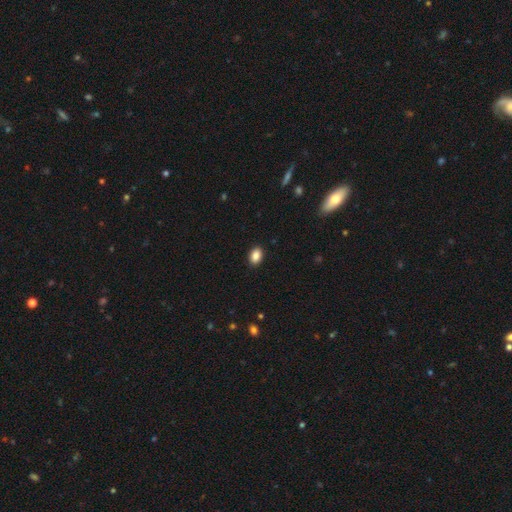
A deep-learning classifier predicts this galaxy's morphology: A smooth galaxy with no disk features (88%) that is in between round and cigar-shaped (83%). Merging: none (90%).